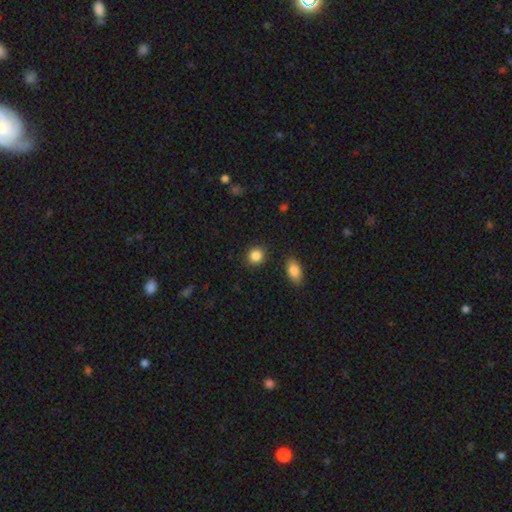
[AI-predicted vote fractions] smooth_or_featured: smooth (p=0.87) [alt: star or artifact p=0.09]
how_rounded: round (p=0.83) [alt: in between p=0.16]
merging: none (p=0.89) [alt: minor disturbance p=0.06]